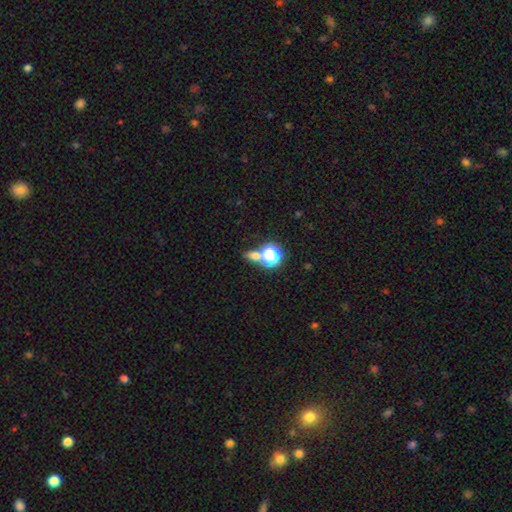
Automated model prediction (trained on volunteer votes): Morphology: type=smooth (58%); roundness=round (51%); merging=none (61%).